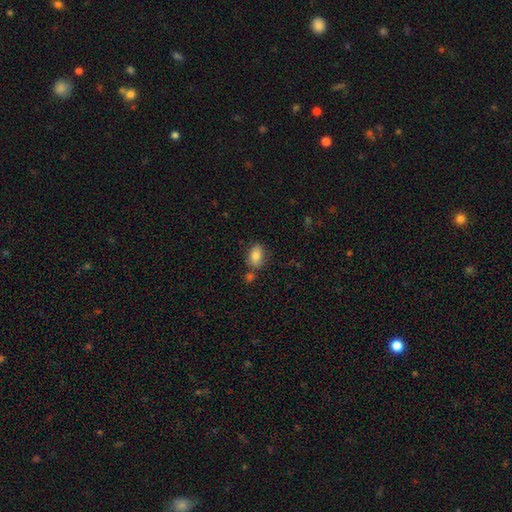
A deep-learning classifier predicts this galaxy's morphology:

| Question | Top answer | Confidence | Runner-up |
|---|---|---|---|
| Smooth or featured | smooth | 84% | star or artifact (8%) |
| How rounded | in between | 86% | round (12%) |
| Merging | none | 67% | minor disturbance (16%) |